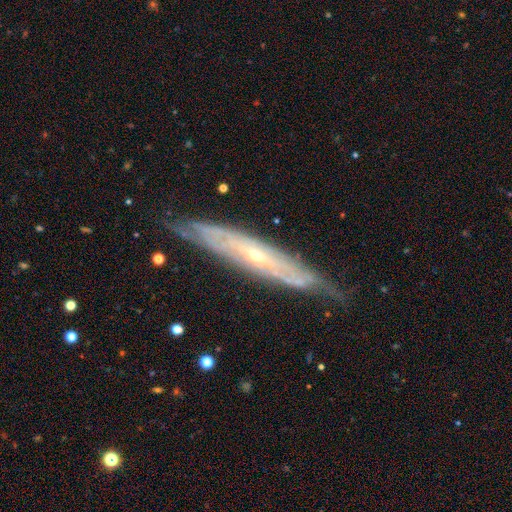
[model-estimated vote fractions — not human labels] Smooth or featured? Predicted: featured or disk (p=0.81). Edge-on disk? Predicted: no (p=0.52). Merging? Predicted: none (p=0.76).